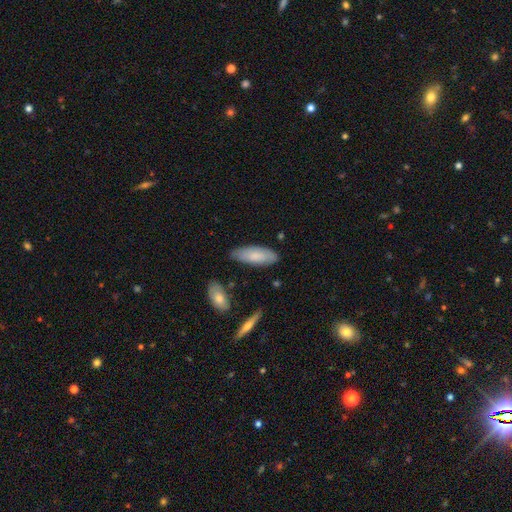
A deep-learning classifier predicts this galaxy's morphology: A smooth galaxy with no disk features (77%) that is in between round and cigar-shaped (71%).

Vote fractions:
- Smooth or featured? smooth: 77% / featured or disk: 17% / star or artifact: 5%
- How rounded? in between: 71% / cigar-shaped: 27% / round: 2%
- Merging? none: 78% / minor disturbance: 17% / major disturbance: 3% / merger: 2%